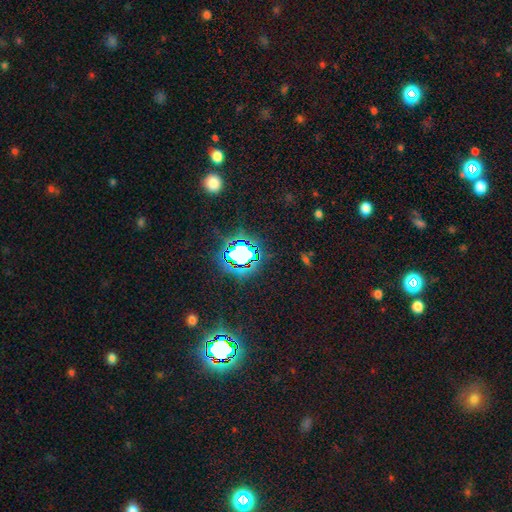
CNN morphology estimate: A star or artifact, not a galaxy (81%).

Vote fractions:
- Smooth or featured? star or artifact: 81% / smooth: 12% / featured or disk: 7%